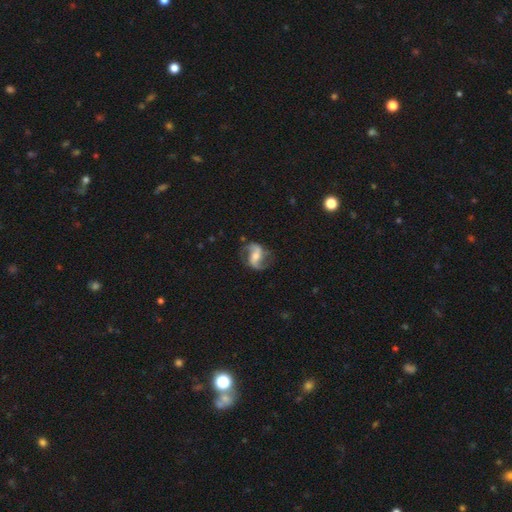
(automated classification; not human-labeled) A featured or disk galaxy (85%) with a weak bar (39%), 2 (92%) loose (50%) spiral arms (96%) and a moderate central bulge (52%).

Vote fractions:
- Smooth or featured? featured or disk: 85% / smooth: 10% / star or artifact: 6%
- Edge-on disk? no: 97% / yes: 3%
- Bar? weak: 39% / strong: 34% / no: 27%
- Spiral arms? yes: 96% / no: 4%
- Spiral winding? loose: 50% / medium: 40% / tight: 10%
- Spiral arm count? 2: 92% / can't tell: 2% / 1: 2% / 3: 1% / 4: 1% / more than 4: 1%
- Bulge size? moderate: 52% / small: 35% / large: 7% / none: 5% / dominant: 1%
- Merging? none: 77% / minor disturbance: 14% / major disturbance: 7% / merger: 2%